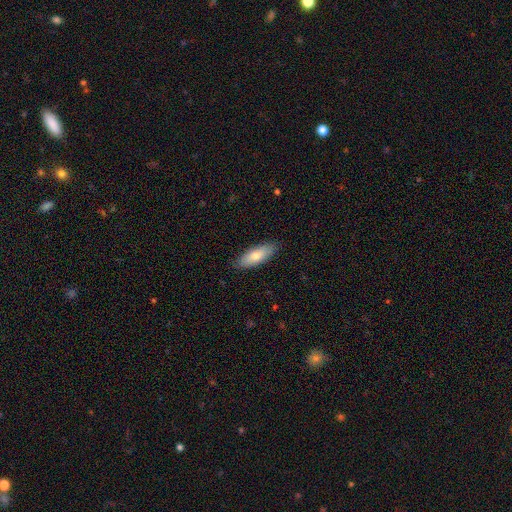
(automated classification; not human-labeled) Overall: smooth (78%). How rounded: in between (69%; cigar-shaped 29%). Merging: none (86%).